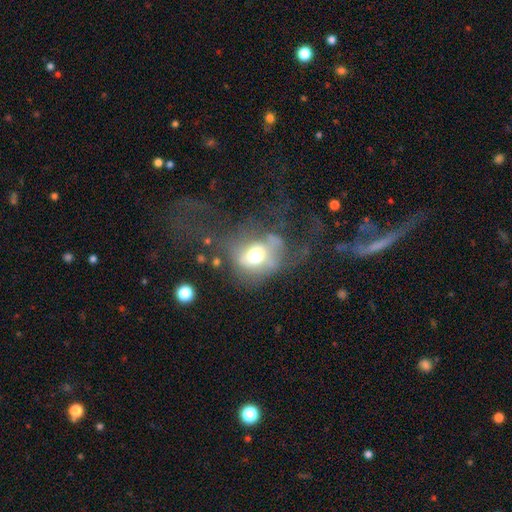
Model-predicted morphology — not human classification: A smooth galaxy with no disk features (49%).

Vote fractions:
- Smooth or featured? smooth: 49% / featured or disk: 36% / star or artifact: 15%
- Merging? major disturbance: 44% / none: 32% / minor disturbance: 19% / merger: 6%